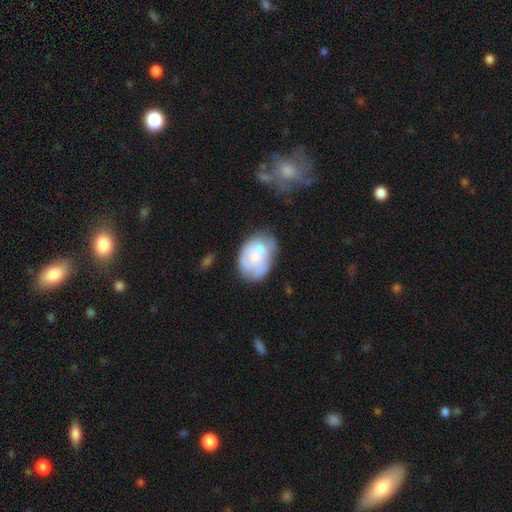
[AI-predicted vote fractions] Morphology: type=smooth (60%); roundness=in between (79%); merging=none (47%).